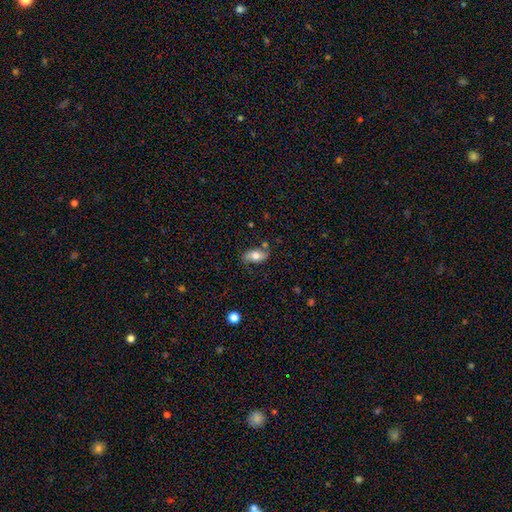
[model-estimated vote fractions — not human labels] smooth_or_featured: smooth (p=0.70) [alt: featured or disk p=0.23]
how_rounded: in between (p=0.90) [alt: cigar-shaped p=0.06]
merging: none (p=0.75) [alt: minor disturbance p=0.17]